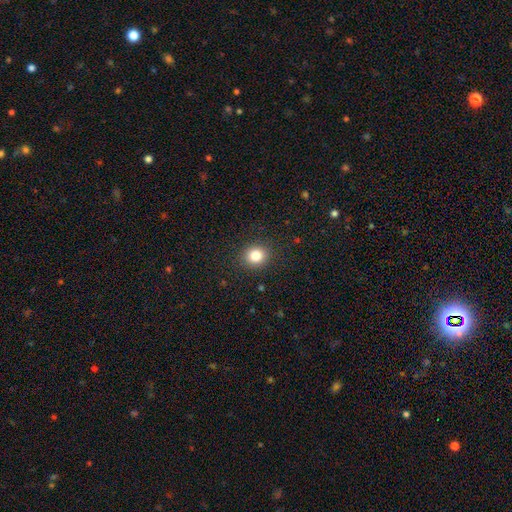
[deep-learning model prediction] The model was most divided on "how rounded": round: 78%, in between: 21%, cigar-shaped: 1%. More confident: merging — none (89%); smooth or featured — smooth (84%).